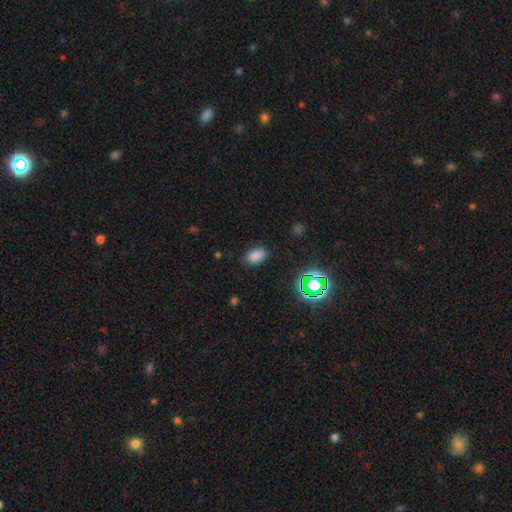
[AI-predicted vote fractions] This appears to be a smooth galaxy with no disk features (77%) that is in between round and cigar-shaped (90%). Merging: none (83%).